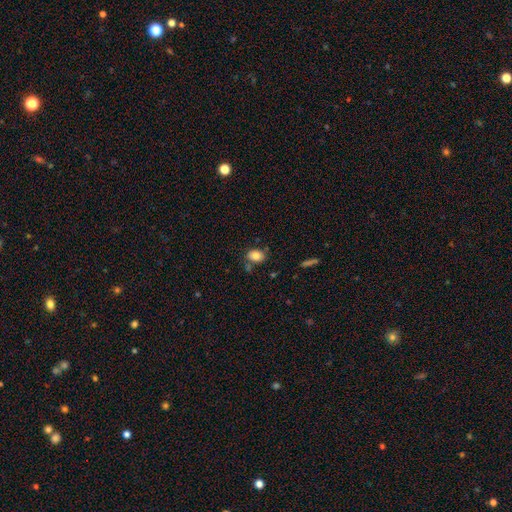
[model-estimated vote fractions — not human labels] Overall: smooth (82%). How rounded: in between (72%). Merging: none (70%).